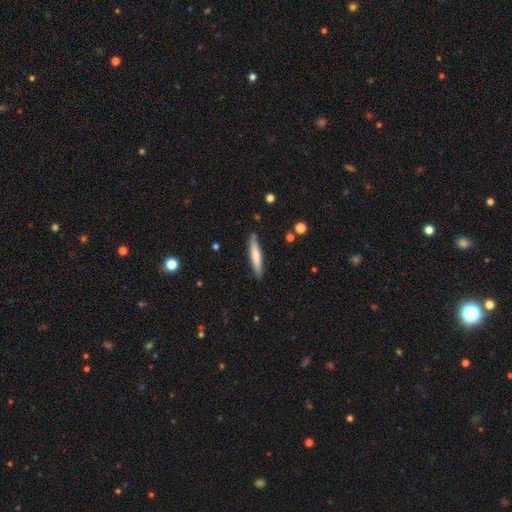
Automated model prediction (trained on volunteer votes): Morphology: type=smooth (69%); roundness=cigar-shaped (91%); merging=none (87%).